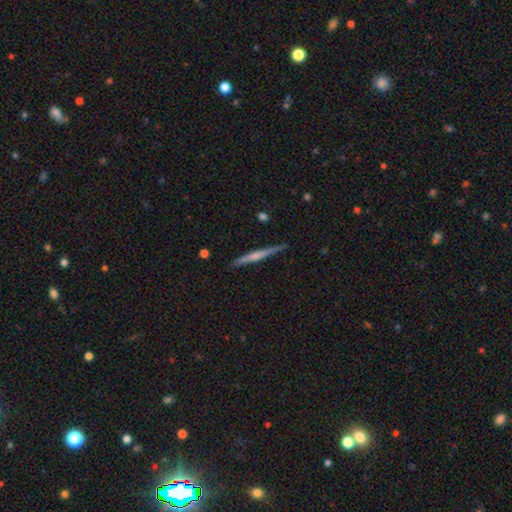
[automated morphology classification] A featured or disk galaxy (57%) viewed edge-on (97%) with a rounded central bulge (54%). Merging: none (88%).